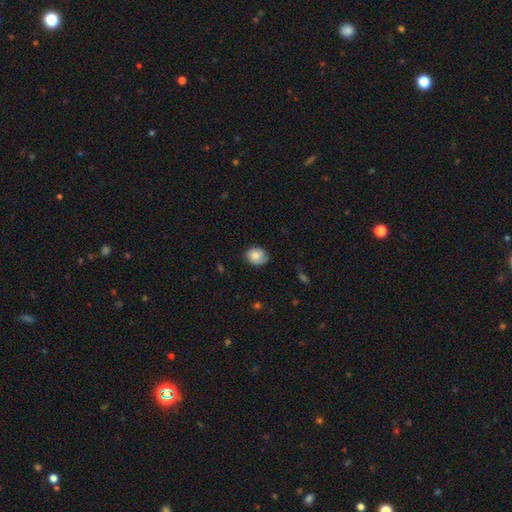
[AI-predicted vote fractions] Morphology: type=smooth (70%); roundness=round (53%); merging=none (69%).